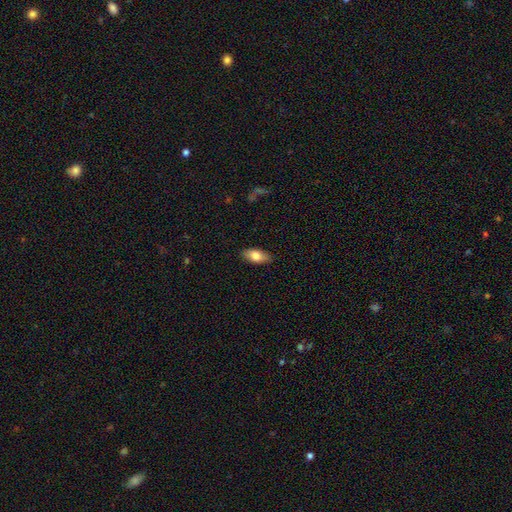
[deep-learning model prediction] smooth-or-featured: smooth: 78% | featured or disk: 16% | star or artifact: 6%
  how-rounded: in between: 87% | cigar-shaped: 10% | round: 3%
  merging: none: 87% | minor disturbance: 10% | major disturbance: 2% | merger: 1%